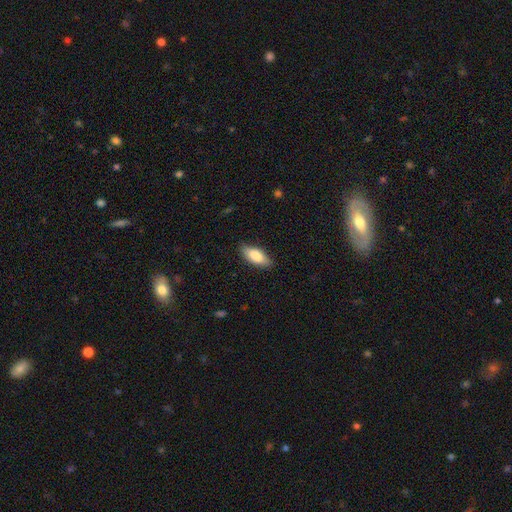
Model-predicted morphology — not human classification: The model was most divided on "how rounded": in between: 81%, cigar-shaped: 17%, round: 2%. More confident: merging — none (85%); smooth or featured — smooth (83%).